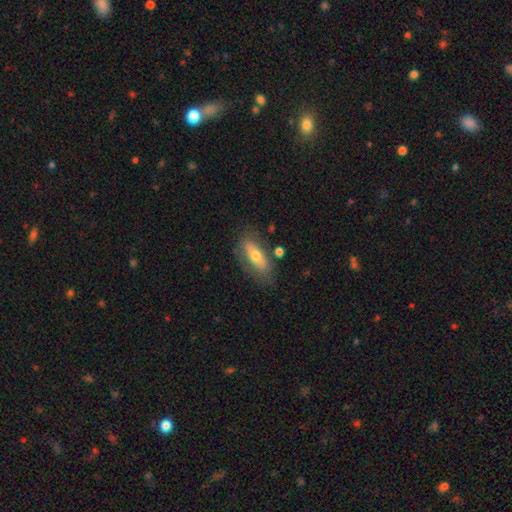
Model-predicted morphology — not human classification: Smooth or featured: smooth — 56% (featured or disk — 37%)
How rounded: in between — 73% (cigar-shaped — 24%)
Merging: none — 75% (minor disturbance — 16%)